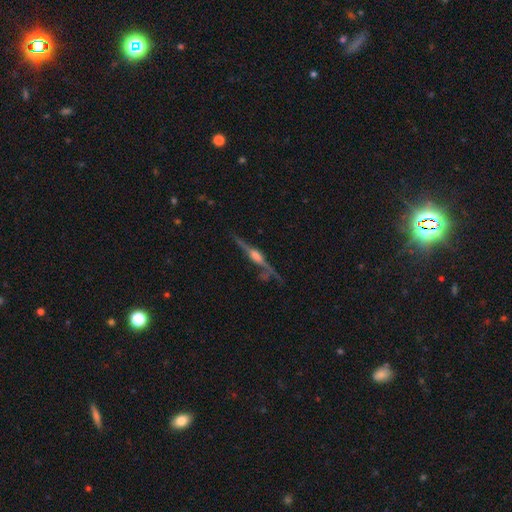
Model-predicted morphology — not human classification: Smooth or featured? featured or disk (84%)
Edge-on disk? yes (96%)
Edge-on bulge? rounded (83%)
Merging? none (71%)